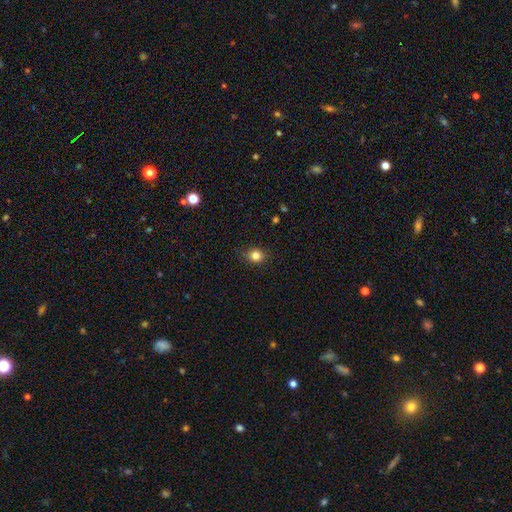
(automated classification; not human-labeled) smooth 82%, star or artifact 13%, featured or disk 5%. Down the decision tree: how rounded — round (81%); merging — none (87%).